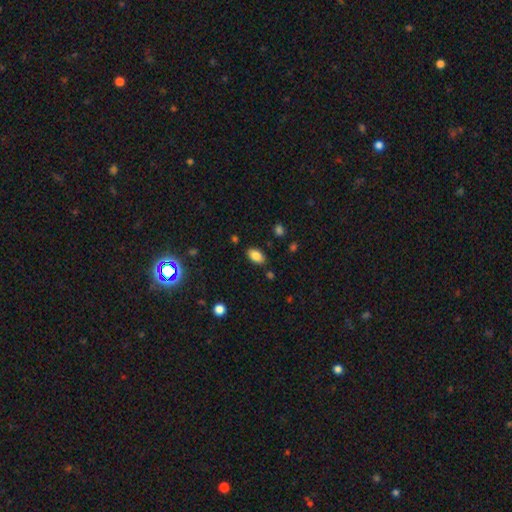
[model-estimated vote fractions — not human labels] Smooth or featured: smooth — 84% (star or artifact — 9%)
How rounded: in between — 92% (round — 6%)
Merging: none — 85% (minor disturbance — 11%)